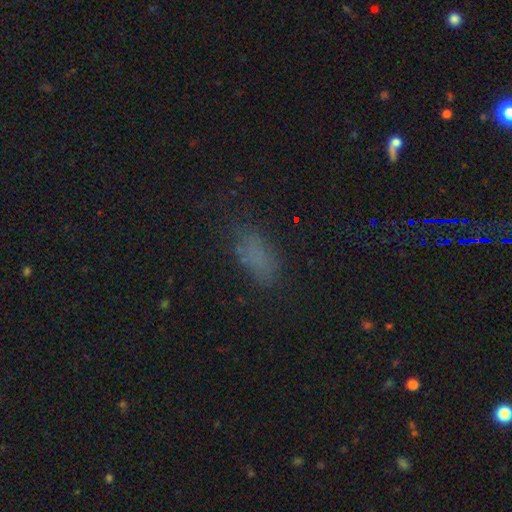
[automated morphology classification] Smooth or featured?
  - smooth: 70% *
  - star or artifact: 20%
  - featured or disk: 11%
How rounded?
  - in between: 84% *
  - cigar-shaped: 11%
  - round: 5%
Merging?
  - none: 69% *
  - minor disturbance: 19%
  - major disturbance: 10%
  - merger: 2%